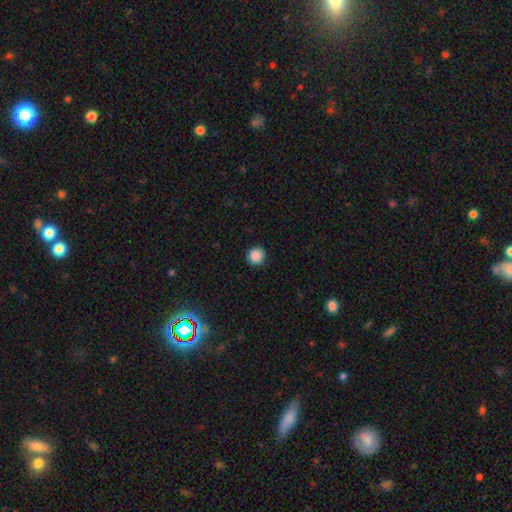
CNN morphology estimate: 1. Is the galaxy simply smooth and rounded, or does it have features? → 88% smooth, 10% star or artifact, 2% featured or disk.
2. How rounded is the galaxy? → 95% round, 4% in between, 1% cigar-shaped.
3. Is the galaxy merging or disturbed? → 92% none, 5% minor disturbance, 2% major disturbance, 1% merger.